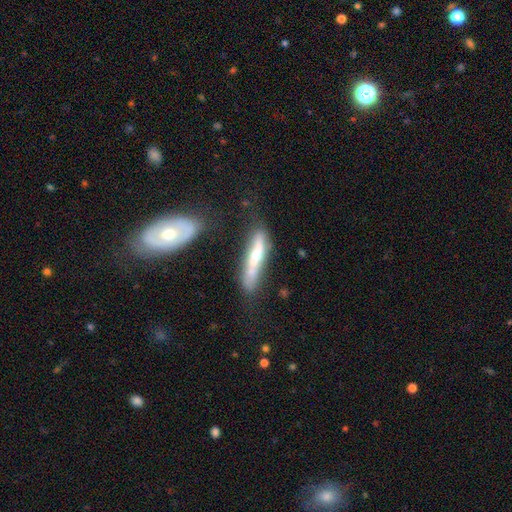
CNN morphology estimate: The model was most divided on "smooth or featured": featured or disk: 54%, smooth: 40%, star or artifact: 6%. More confident: edge-on disk — yes (71%); merging — none (57%).